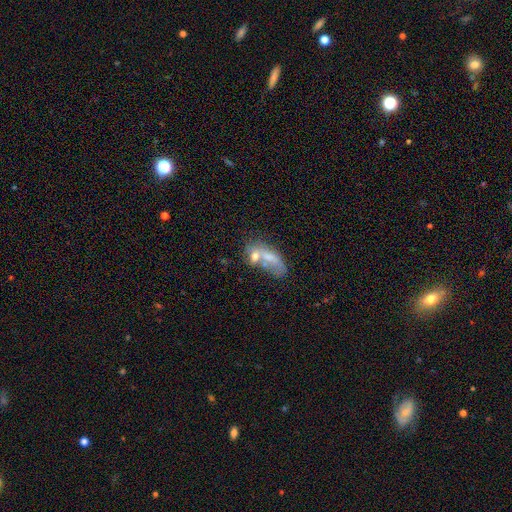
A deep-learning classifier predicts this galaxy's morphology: Q: Smooth or featured?
A: smooth (44%); runner-up: featured or disk (39%)
Q: Merging?
A: merger (38%); runner-up: none (33%)